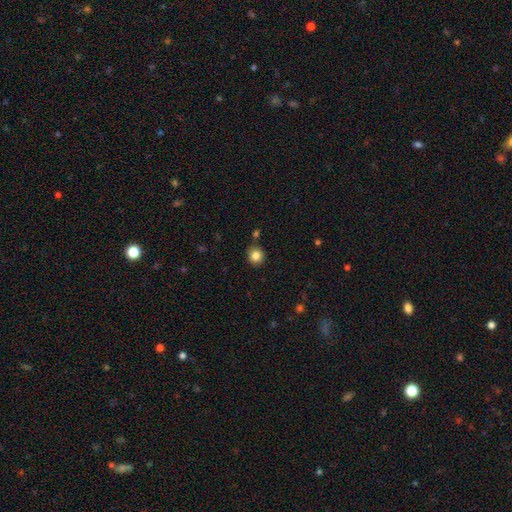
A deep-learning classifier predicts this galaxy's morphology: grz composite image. It shows a smooth galaxy with no disk features (83%) that is round (88%). Merging: none (85%).